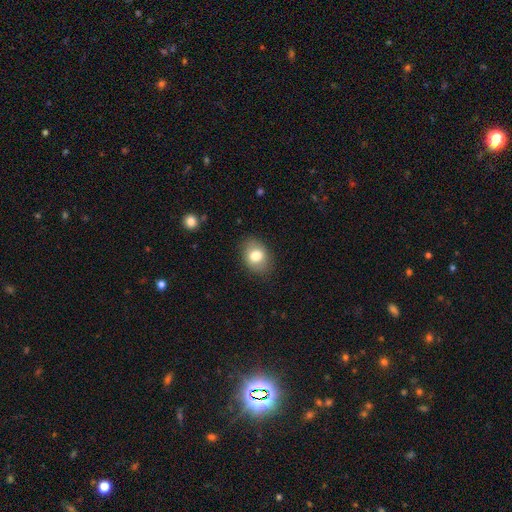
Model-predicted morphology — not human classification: Q: Smooth or featured?
A: smooth (78%); runner-up: featured or disk (14%)
Q: How rounded?
A: in between (68%); runner-up: round (31%)
Q: Merging?
A: none (83%); runner-up: minor disturbance (12%)